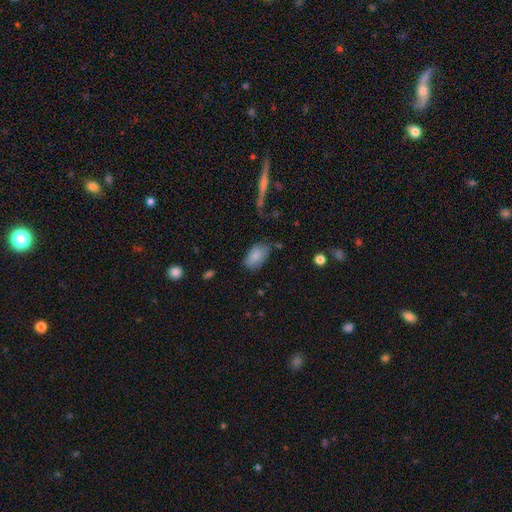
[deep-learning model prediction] Morphology: type=smooth (83%); roundness=in between (93%); merging=none (68%).